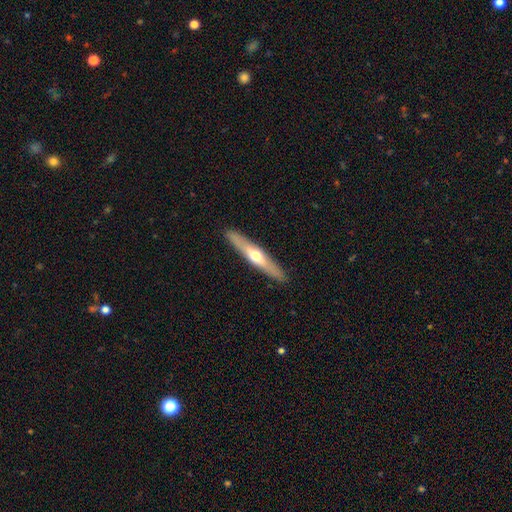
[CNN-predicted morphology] type=featured or disk (57%); edge-on=yes (90%); edge-on bulge=rounded (90%); merging=none (91%).